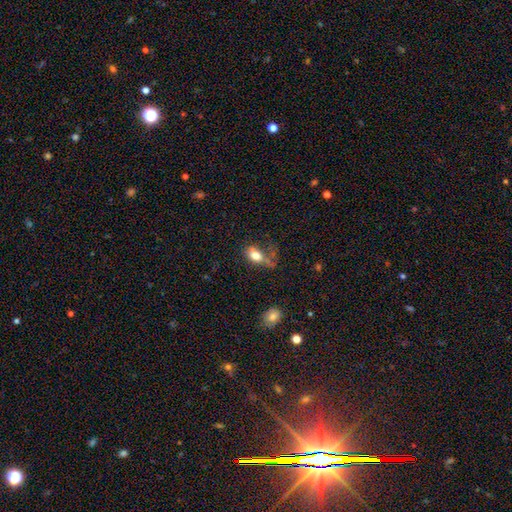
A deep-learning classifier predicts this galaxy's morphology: The model was most divided on "merging": none: 34%, major disturbance: 30%, minor disturbance: 24%, merger: 12%. More confident: how rounded — in between (84%); smooth or featured — smooth (77%).